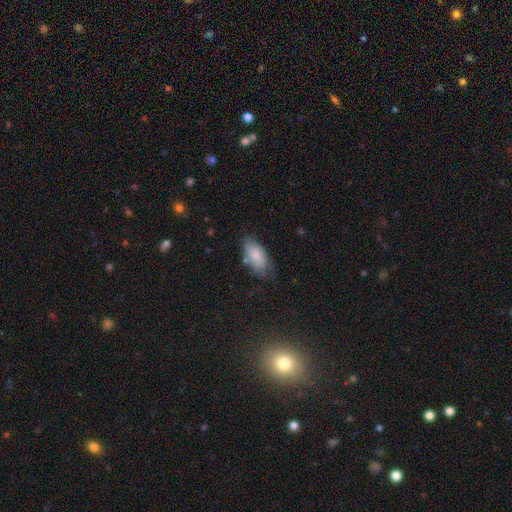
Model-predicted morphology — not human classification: Smooth or featured?
  - smooth: 80% *
  - featured or disk: 13%
  - star or artifact: 7%
How rounded?
  - in between: 92% *
  - cigar-shaped: 5%
  - round: 3%
Merging?
  - none: 60% *
  - minor disturbance: 28%
  - major disturbance: 8%
  - merger: 5%